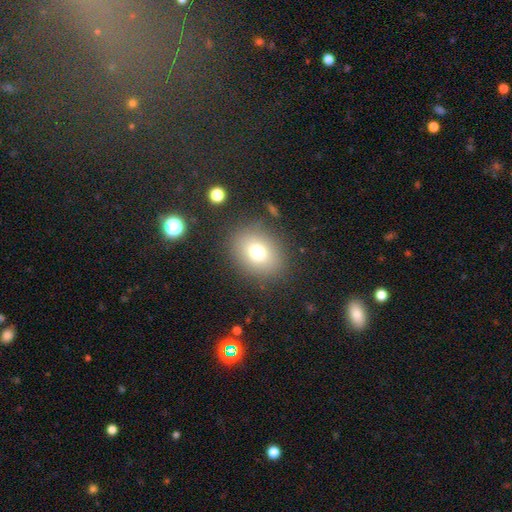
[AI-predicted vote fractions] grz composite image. It shows a smooth galaxy with no disk features (75%) that is round (52%). Merging: none (84%).